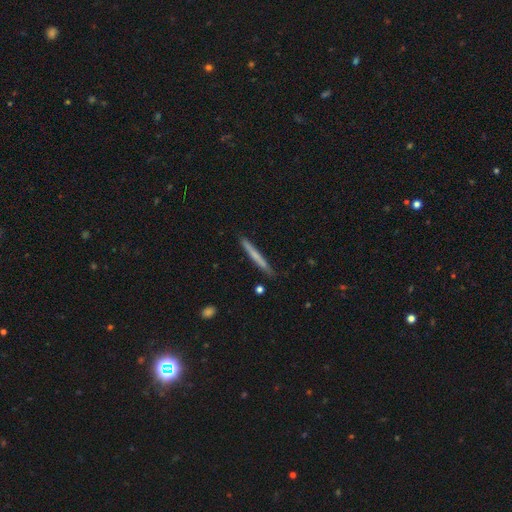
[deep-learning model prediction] Smooth or featured? smooth (60%)
How rounded? cigar-shaped (97%)
Merging? none (88%)